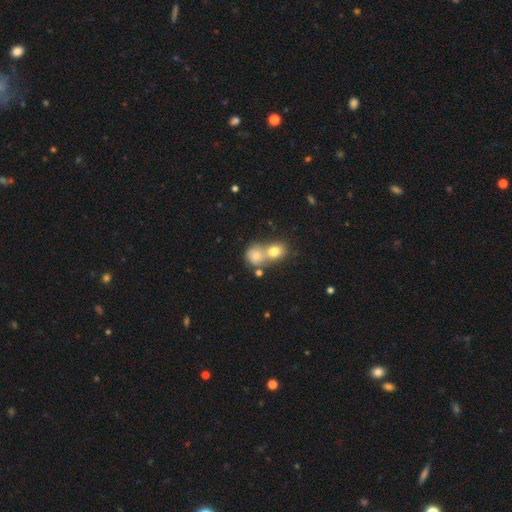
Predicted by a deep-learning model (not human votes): smooth 70%, featured or disk 17%, star or artifact 13%. Down the decision tree: how rounded — round (74%); merging — merger (58%).